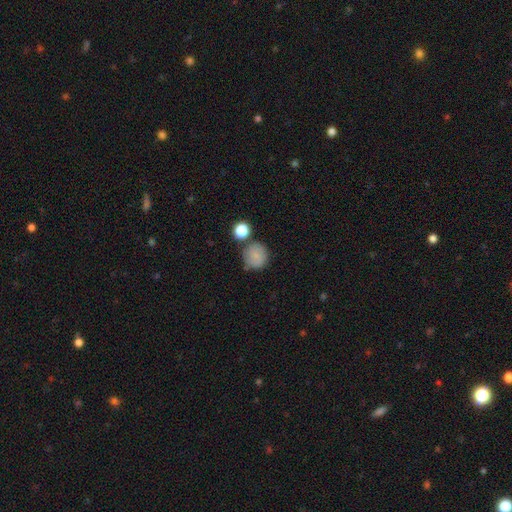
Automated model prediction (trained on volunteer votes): smooth_or_featured: smooth (p=0.80) [alt: featured or disk p=0.10]
how_rounded: round (p=0.89) [alt: in between p=0.10]
merging: none (p=0.69) [alt: minor disturbance p=0.16]